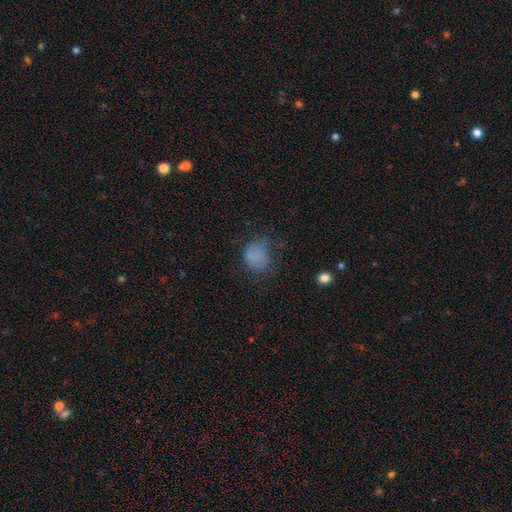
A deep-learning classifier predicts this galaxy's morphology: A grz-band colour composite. It shows a smooth galaxy with no disk features (76%) that is round (61%). Merging: none (52%).